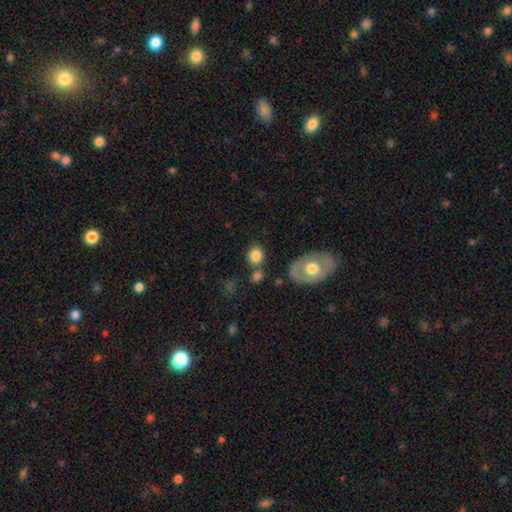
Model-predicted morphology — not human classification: Smooth or featured: smooth — 79% (featured or disk — 13%)
How rounded: round — 56% (in between — 42%)
Merging: none — 69% (minor disturbance — 13%)